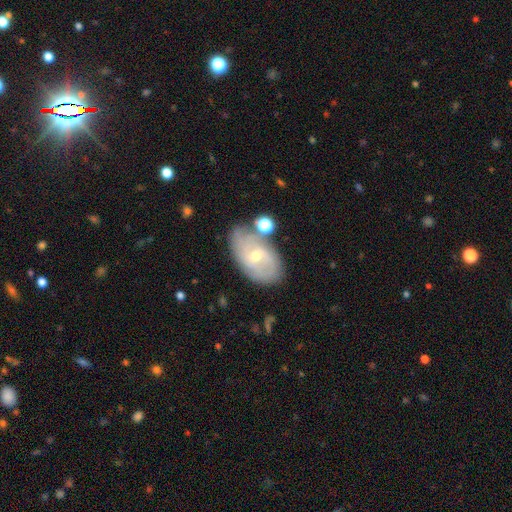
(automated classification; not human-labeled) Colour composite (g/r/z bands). It shows a featured or disk galaxy (70%) with a weak bar (46%), 2 (42%) tight (49%) spiral arms (83%) and a small central bulge (56%). Merging: none (69%).